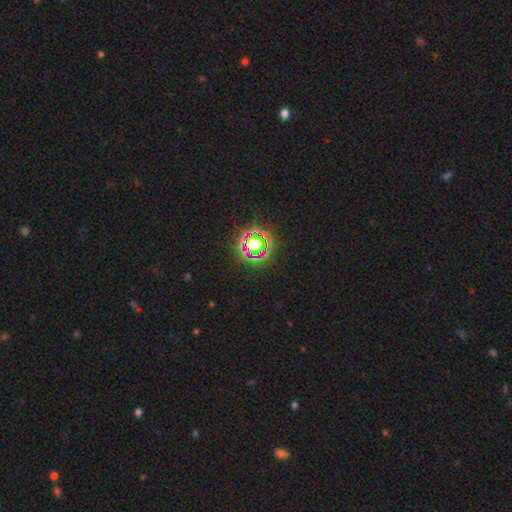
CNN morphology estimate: This appears to be a star or artifact, not a galaxy (80%).